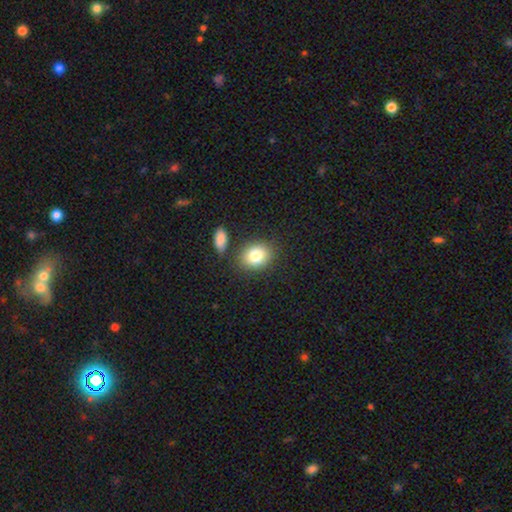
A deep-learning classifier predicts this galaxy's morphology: smooth-or-featured: smooth: 82% | star or artifact: 9% | featured or disk: 9%
  how-rounded: round: 52% | in between: 46% | cigar-shaped: 1%
  merging: none: 78% | minor disturbance: 10% | merger: 9% | major disturbance: 3%